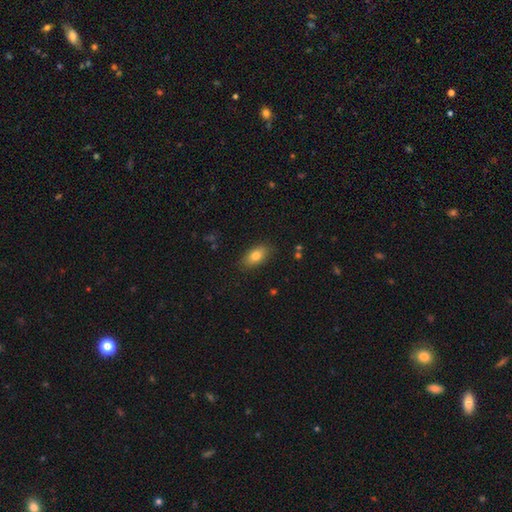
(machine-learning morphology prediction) Overall: smooth (80%). How rounded: in between (88%). Merging: none (85%).